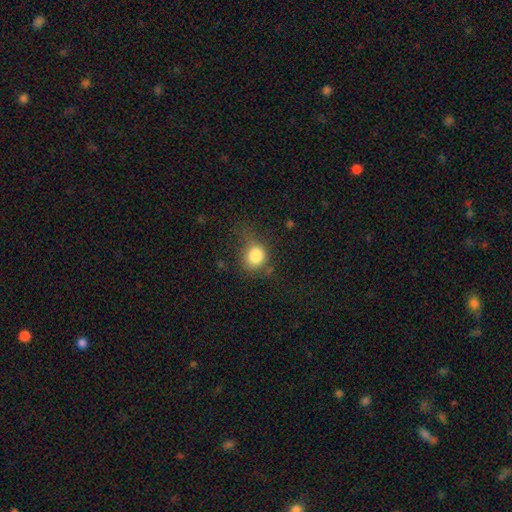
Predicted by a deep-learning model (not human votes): smooth 81%, star or artifact 11%, featured or disk 8%. Down the decision tree: how rounded — round (72%); merging — none (48%).